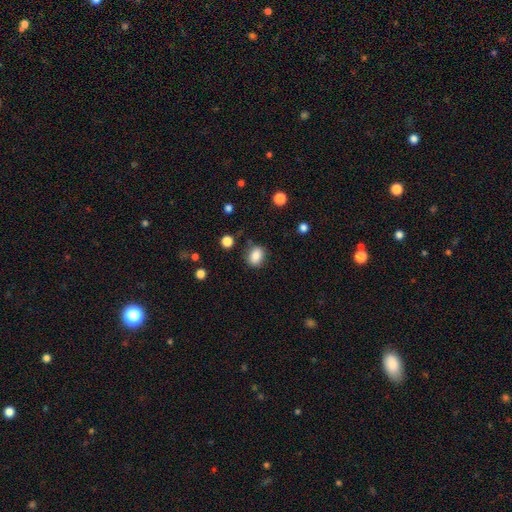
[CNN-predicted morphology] type=smooth (85%); roundness=in between (53%); merging=none (81%).